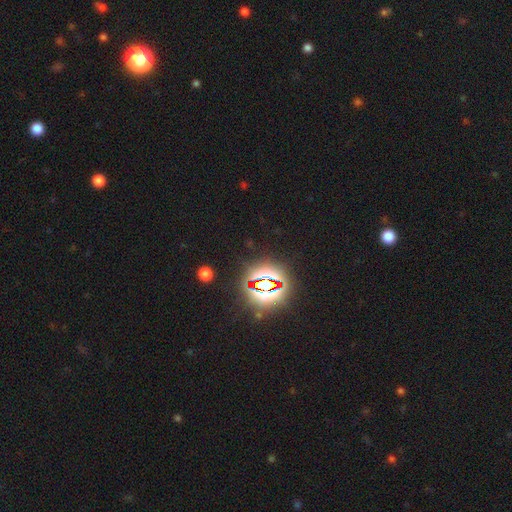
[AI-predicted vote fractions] Smooth or featured? star or artifact (83%)